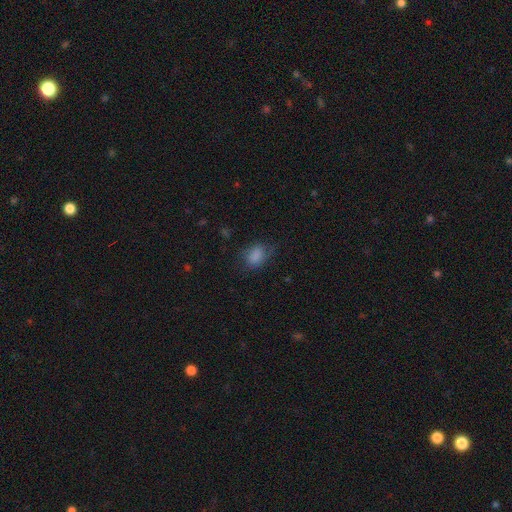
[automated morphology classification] smooth-or-featured: smooth: 80% | featured or disk: 10% | star or artifact: 10%
  how-rounded: in between: 77% | round: 21% | cigar-shaped: 2%
  merging: none: 56% | minor disturbance: 28% | major disturbance: 15% | merger: 2%